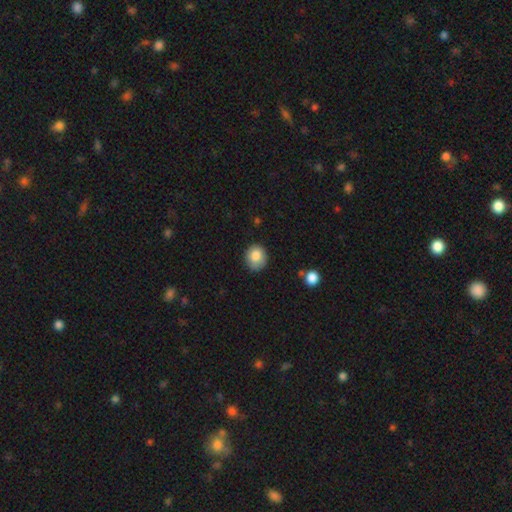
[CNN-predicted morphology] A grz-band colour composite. It shows a smooth galaxy with no disk features (83%) that is round (78%). Merging: none (79%).